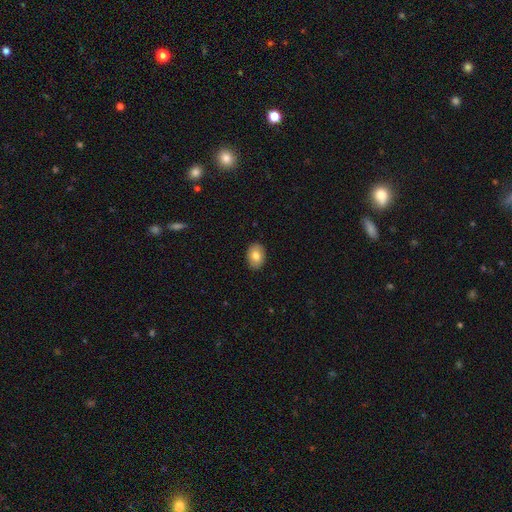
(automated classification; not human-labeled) Smooth or featured? Predicted: smooth (p=0.80). How rounded? Predicted: in between (p=0.76). Merging? Predicted: none (p=0.90).